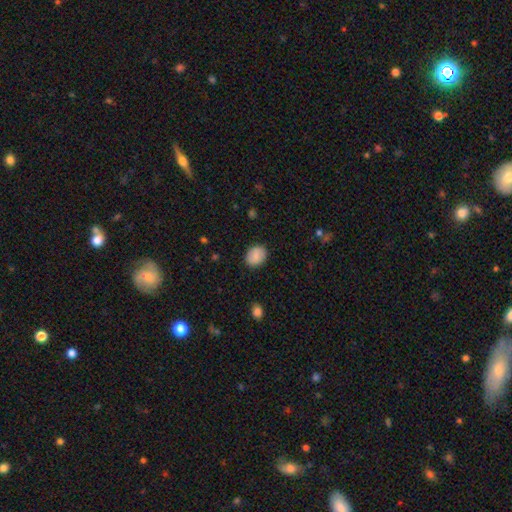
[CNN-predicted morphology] A smooth galaxy with no disk features (82%) that is in between round and cigar-shaped (52%).

Vote fractions:
- Smooth or featured? smooth: 82% / featured or disk: 11% / star or artifact: 7%
- How rounded? in between: 52% / round: 47% / cigar-shaped: 1%
- Merging? none: 86% / minor disturbance: 10% / major disturbance: 2% / merger: 1%